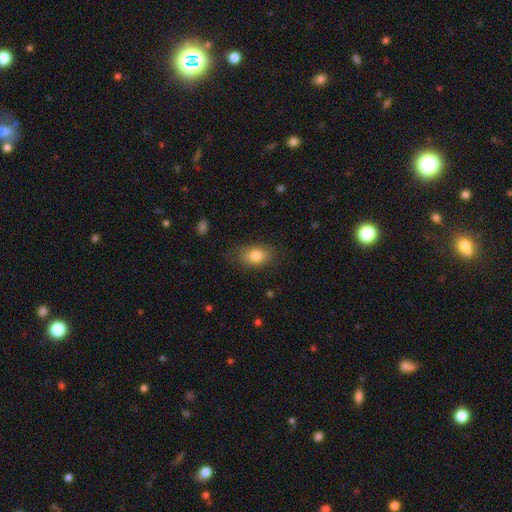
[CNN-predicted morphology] A smooth galaxy with no disk features (82%) that is in between round and cigar-shaped (86%).

Vote fractions:
- Smooth or featured? smooth: 82% / featured or disk: 11% / star or artifact: 8%
- How rounded? in between: 86% / round: 12% / cigar-shaped: 2%
- Merging? none: 80% / minor disturbance: 15% / major disturbance: 4% / merger: 1%